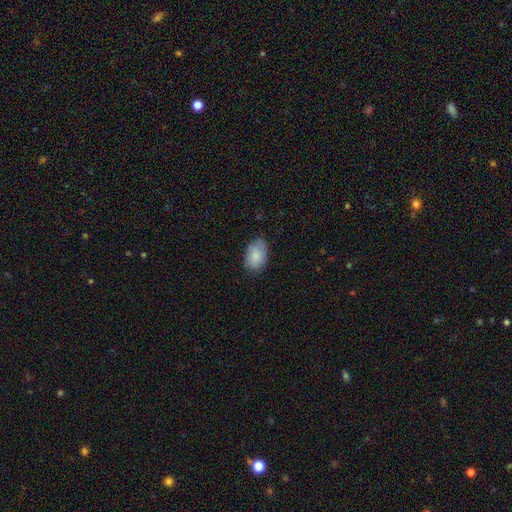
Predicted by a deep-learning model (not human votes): Q: Smooth or featured?
A: smooth (84%); runner-up: featured or disk (9%)
Q: How rounded?
A: in between (89%); runner-up: round (10%)
Q: Merging?
A: none (70%); runner-up: minor disturbance (24%)